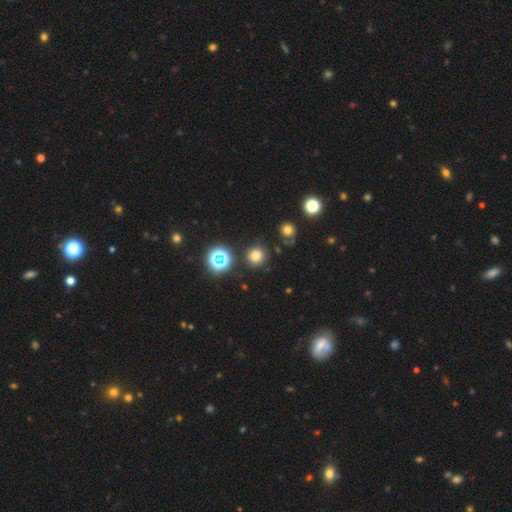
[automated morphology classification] Q: Smooth or featured?
A: smooth (71%); runner-up: star or artifact (23%)
Q: How rounded?
A: round (93%); runner-up: in between (6%)
Q: Merging?
A: none (85%); runner-up: minor disturbance (8%)